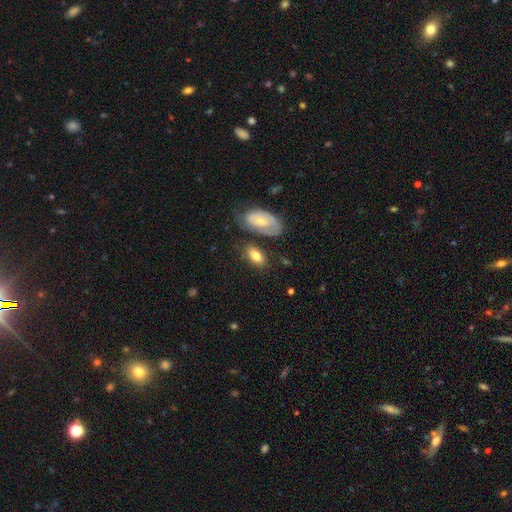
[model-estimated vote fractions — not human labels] Q: Smooth or featured?
A: smooth (72%); runner-up: featured or disk (21%)
Q: How rounded?
A: in between (91%); runner-up: round (6%)
Q: Merging?
A: none (65%); runner-up: minor disturbance (18%)